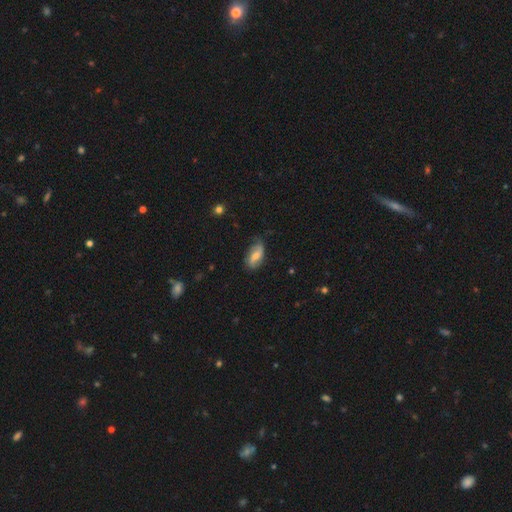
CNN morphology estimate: Q: Smooth or featured?
A: featured or disk (50%); runner-up: smooth (43%)
Q: Merging?
A: none (67%); runner-up: minor disturbance (26%)